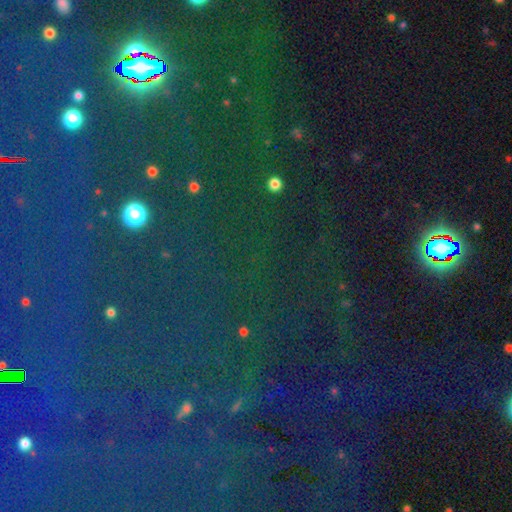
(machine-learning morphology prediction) The model was most divided on "smooth or featured": star or artifact: 83%, smooth: 10%, featured or disk: 7%.